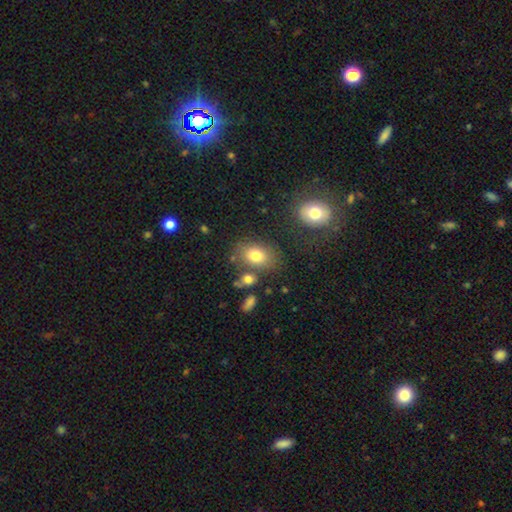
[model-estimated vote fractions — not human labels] A smooth galaxy with no disk features (77%) that is in between round and cigar-shaped (74%).

Vote fractions:
- Smooth or featured? smooth: 77% / featured or disk: 12% / star or artifact: 11%
- How rounded? in between: 74% / round: 24% / cigar-shaped: 1%
- Merging? none: 70% / minor disturbance: 14% / merger: 10% / major disturbance: 6%